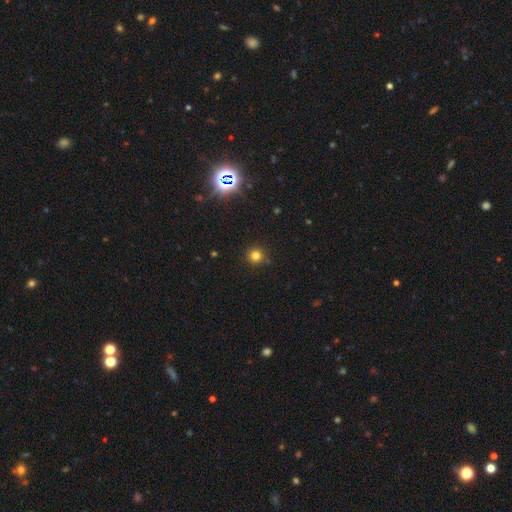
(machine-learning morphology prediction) A smooth galaxy with no disk features (78%) that is round (95%).

Vote fractions:
- Smooth or featured? smooth: 78% / star or artifact: 17% / featured or disk: 5%
- How rounded? round: 95% / in between: 4% / cigar-shaped: 1%
- Merging? none: 90% / minor disturbance: 7% / major disturbance: 2% / merger: 1%